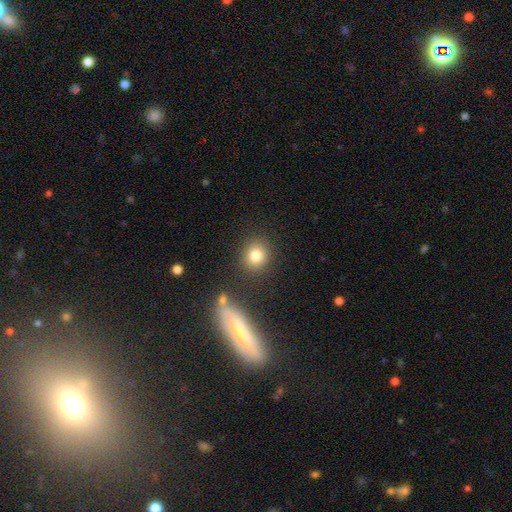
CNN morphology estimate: Smooth or featured? Predicted: smooth (p=0.82). How rounded? Predicted: round (p=0.79). Merging? Predicted: none (p=0.83).